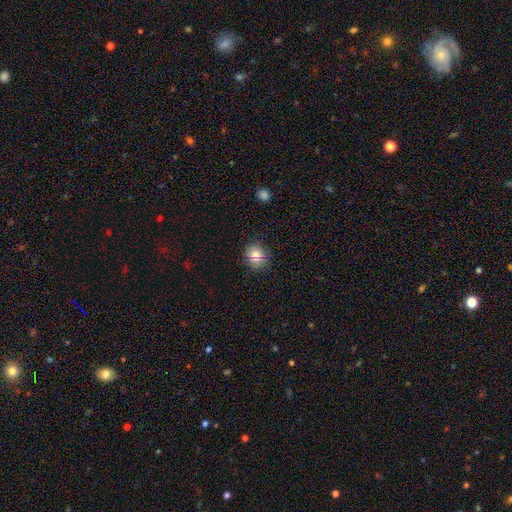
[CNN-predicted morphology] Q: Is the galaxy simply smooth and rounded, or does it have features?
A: smooth — 81%.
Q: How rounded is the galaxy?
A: round — 79%.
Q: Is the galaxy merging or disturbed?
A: none — 86%.